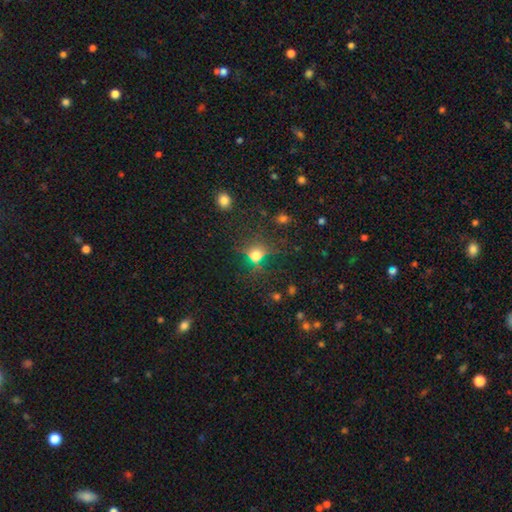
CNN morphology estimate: Smooth or featured: smooth — 61% (star or artifact — 29%)
How rounded: round — 76% (in between — 22%)
Merging: none — 68% (minor disturbance — 15%)